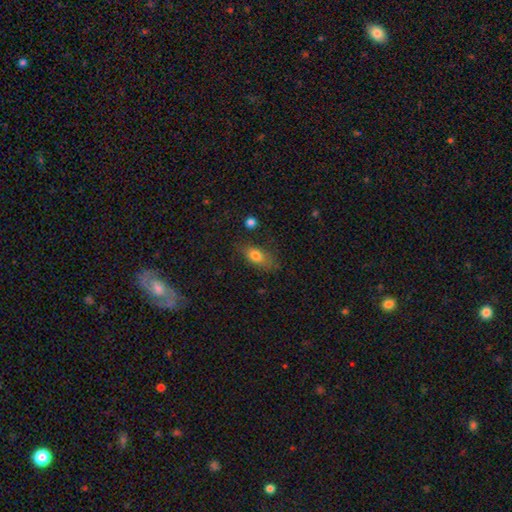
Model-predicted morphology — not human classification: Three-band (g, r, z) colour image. It shows a smooth galaxy with no disk features (79%) that is in between round and cigar-shaped (83%). Merging: none (63%).